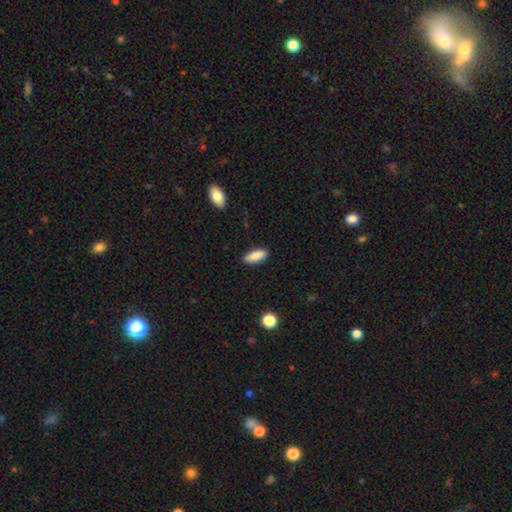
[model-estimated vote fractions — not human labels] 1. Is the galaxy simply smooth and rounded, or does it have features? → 88% smooth, 7% star or artifact, 5% featured or disk.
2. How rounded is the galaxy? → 77% in between, 21% cigar-shaped, 2% round.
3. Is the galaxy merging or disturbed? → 88% none, 9% minor disturbance, 2% major disturbance, 1% merger.